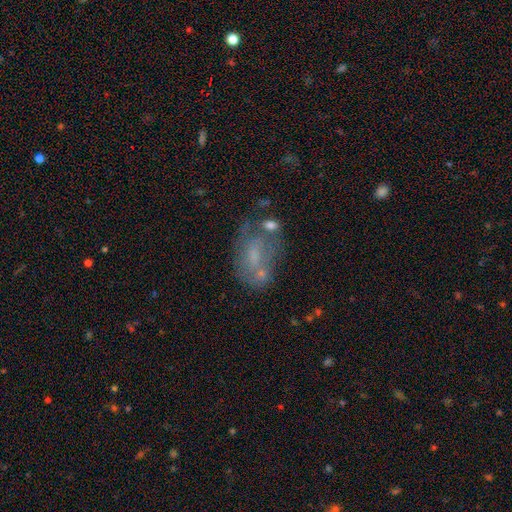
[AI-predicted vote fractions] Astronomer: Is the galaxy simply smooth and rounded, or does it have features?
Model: featured or disk — 48% (runner-up: smooth, 36%).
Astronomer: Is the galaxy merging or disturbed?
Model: none — 40% (runner-up: minor disturbance, 21%).